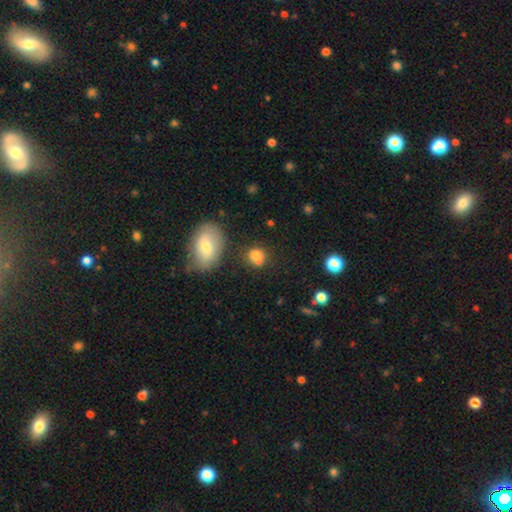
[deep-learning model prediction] smooth_or_featured: smooth (p=0.76) [alt: star or artifact p=0.13]
how_rounded: round (p=0.72) [alt: in between p=0.26]
merging: none (p=0.53) [alt: merger p=0.24]